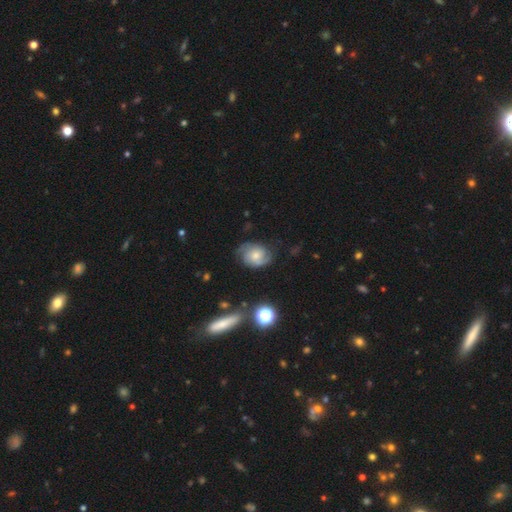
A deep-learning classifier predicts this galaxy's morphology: A featured or disk galaxy (70%) with no bar (68%), 2 (63%) medium (42%, tied with tight) spiral arms (93%) and a moderate central bulge (49%).

Vote fractions:
- Smooth or featured? featured or disk: 70% / smooth: 22% / star or artifact: 8%
- Edge-on disk? no: 97% / yes: 3%
- Bar? no: 68% / weak: 27% / strong: 4%
- Spiral arms? yes: 93% / no: 7%
- Spiral winding? medium: 42% (tied) / tight: 42% (tied) / loose: 16%
- Spiral arm count? 2: 63% / can't tell: 17% / 3: 11% / 1: 4% / 4: 3% / more than 4: 2%
- Bulge size? moderate: 49% / small: 35% / large: 9% / none: 6% / dominant: 2%
- Merging? none: 69% / minor disturbance: 20% / major disturbance: 8% / merger: 2%